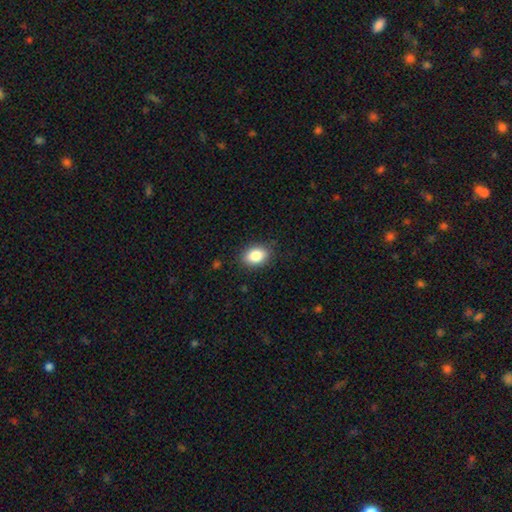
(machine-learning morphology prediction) Smooth or featured: smooth — 85% (star or artifact — 8%)
How rounded: in between — 74% (round — 25%)
Merging: none — 85% (minor disturbance — 12%)